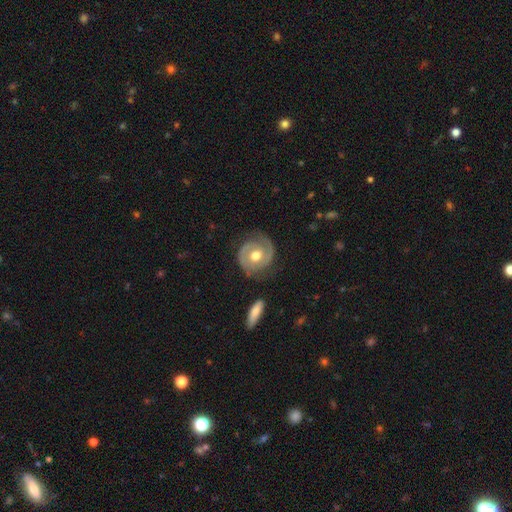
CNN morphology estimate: Smooth or featured? Predicted: featured or disk (p=0.82). Edge-on disk? Predicted: no (p=0.97). Bar? Predicted: no (p=0.65). Spiral arms? Predicted: yes (p=0.92). Spiral winding? Predicted: tight (p=0.58). Spiral arm count? Predicted: 2 (p=0.83). Bulge size? Predicted: moderate (p=0.79). Merging? Predicted: none (p=0.77).